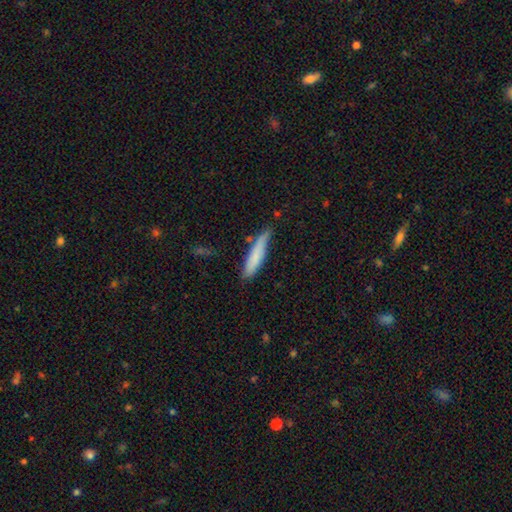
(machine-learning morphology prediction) This is likely a smooth galaxy (75%). How rounded: clearly cigar-shaped (85%). Merging: likely none (66%).